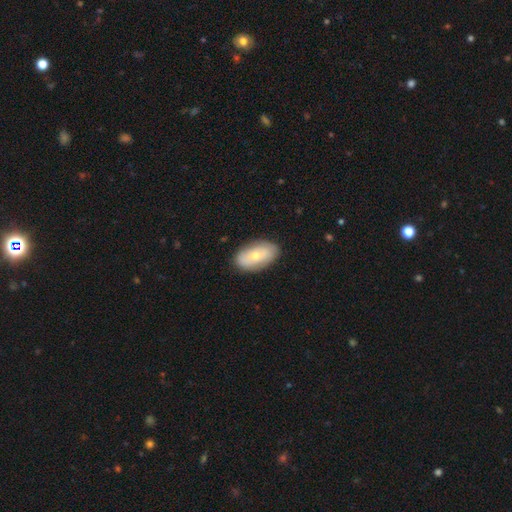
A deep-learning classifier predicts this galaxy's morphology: A smooth galaxy with no disk features (58%) that is in between round and cigar-shaped (92%). Merging: none (85%).